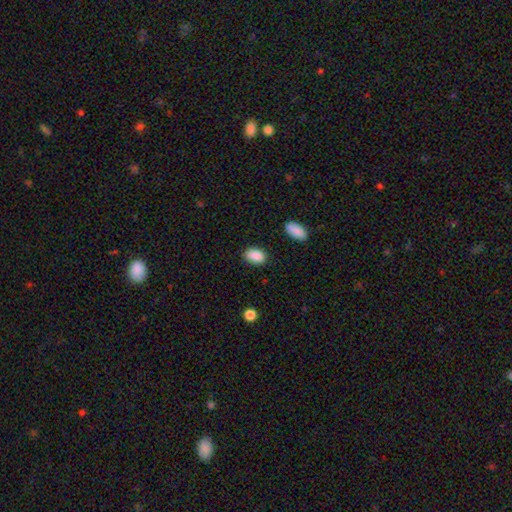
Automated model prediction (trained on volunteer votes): This appears to be a smooth galaxy with no disk features (89%) that is in between round and cigar-shaped (88%). Merging: none (83%).